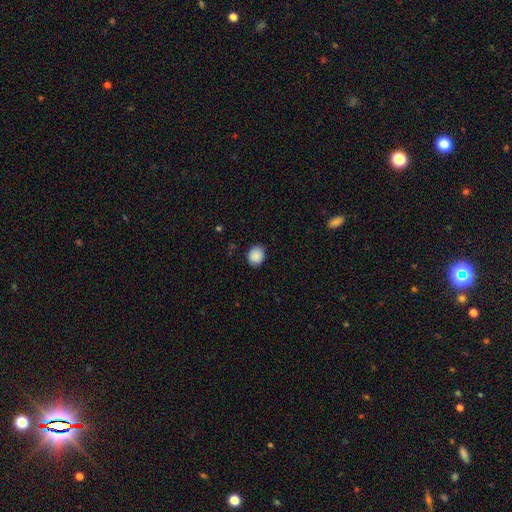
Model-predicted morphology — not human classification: Smooth or featured? Predicted: smooth (p=0.89). How rounded? Predicted: round (p=0.67). Merging? Predicted: none (p=0.87).